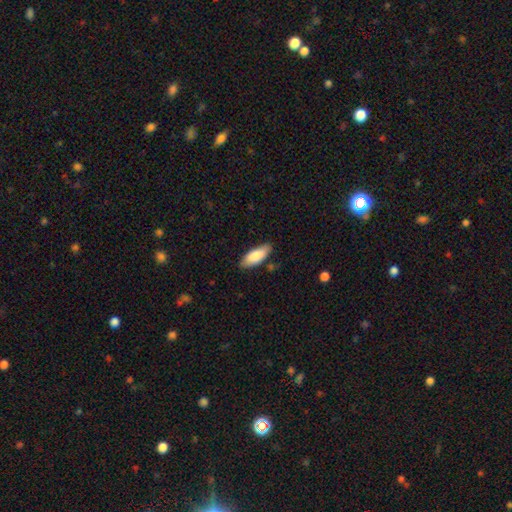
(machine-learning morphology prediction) Smooth or featured? smooth (85%)
How rounded? in between (80%)
Merging? none (82%)